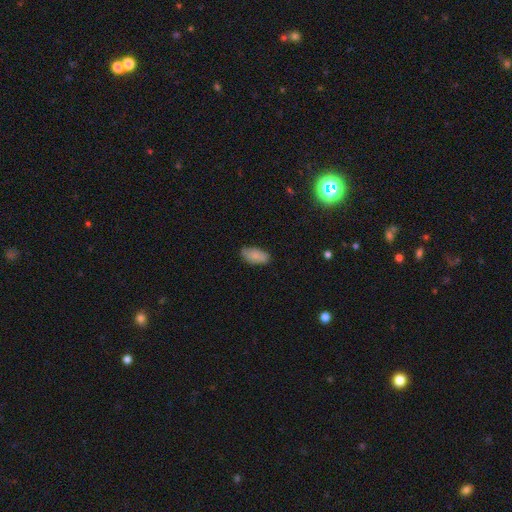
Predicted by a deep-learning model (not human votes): smooth-or-featured: smooth: 82% | featured or disk: 11% | star or artifact: 7%
  how-rounded: in between: 91% | cigar-shaped: 7% | round: 3%
  merging: none: 74% | minor disturbance: 21% | major disturbance: 4% | merger: 2%